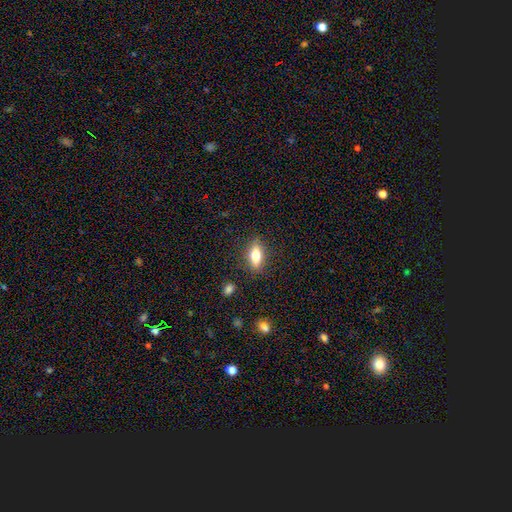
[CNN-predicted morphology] A smooth galaxy with no disk features (69%) that is in between round and cigar-shaped (71%).

Vote fractions:
- Smooth or featured? smooth: 69% / featured or disk: 23% / star or artifact: 8%
- How rounded? in between: 71% / cigar-shaped: 24% / round: 5%
- Merging? none: 85% / minor disturbance: 11% / major disturbance: 3% / merger: 2%